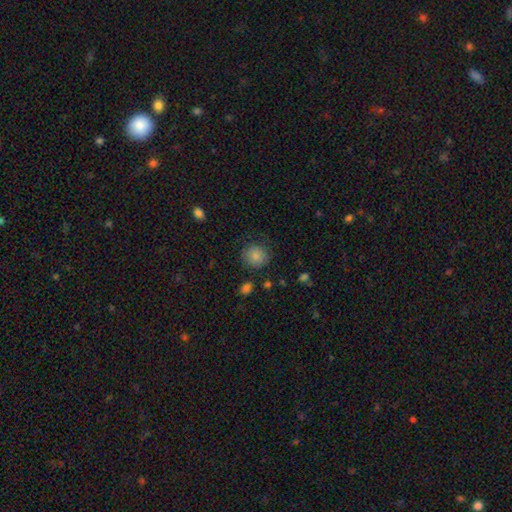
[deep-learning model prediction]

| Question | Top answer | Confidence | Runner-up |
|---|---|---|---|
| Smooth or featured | smooth | 85% | star or artifact (9%) |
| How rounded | round | 87% | in between (12%) |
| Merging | none | 82% | minor disturbance (13%) |